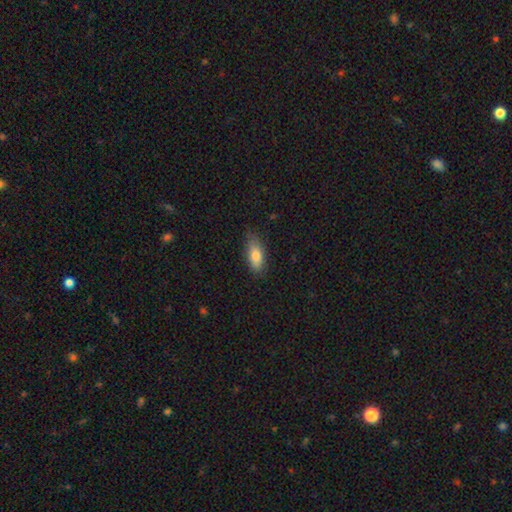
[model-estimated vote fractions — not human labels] The model was most divided on "merging": none: 75%, minor disturbance: 20%, major disturbance: 3%, merger: 1%. More confident: how rounded — in between (80%); smooth or featured — smooth (80%).